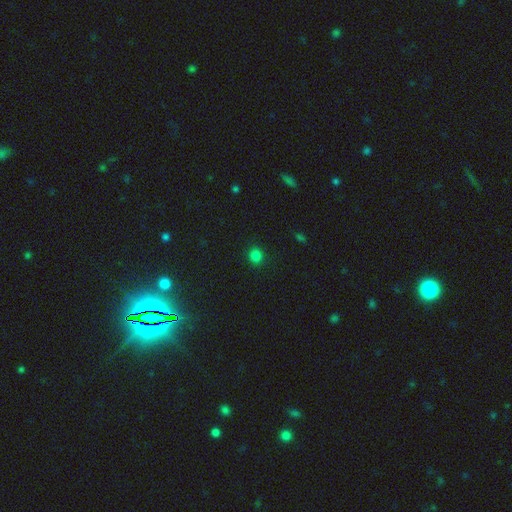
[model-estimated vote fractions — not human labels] This is clearly a smooth galaxy (82%). How rounded: clearly round (88%). Merging: clearly none (91%).